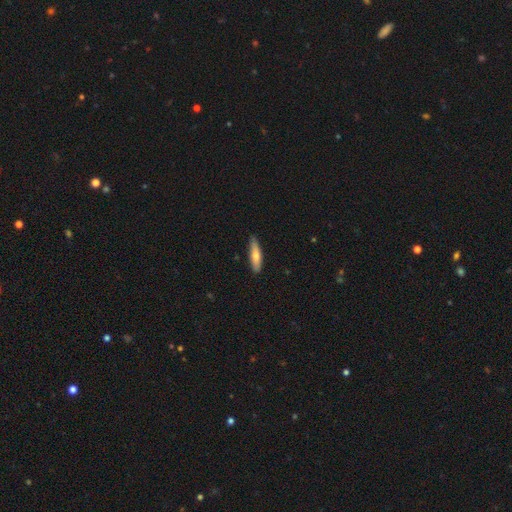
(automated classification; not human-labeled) Smooth or featured? Predicted: smooth (p=0.68). How rounded? Predicted: cigar-shaped (p=0.76). Merging? Predicted: none (p=0.84).